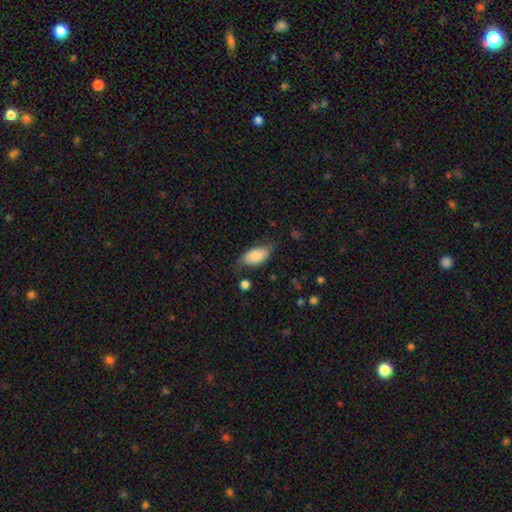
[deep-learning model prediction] Smooth or featured: smooth — 79% (featured or disk — 14%)
How rounded: in between — 92% (round — 4%)
Merging: none — 56% (minor disturbance — 31%)